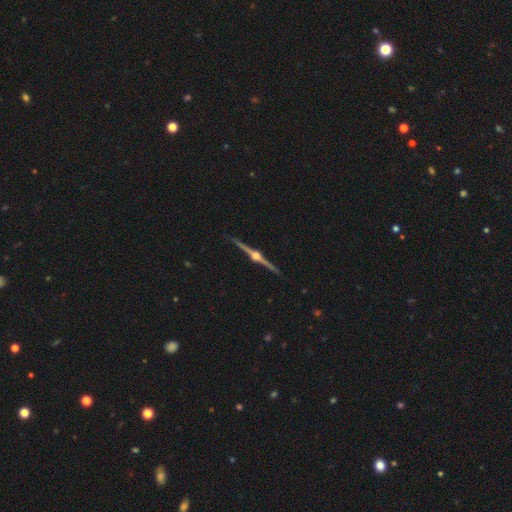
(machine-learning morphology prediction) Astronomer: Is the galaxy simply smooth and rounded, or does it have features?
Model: featured or disk — 91%.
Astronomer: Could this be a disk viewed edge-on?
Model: yes — 99%.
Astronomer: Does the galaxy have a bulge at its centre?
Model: rounded — 97%.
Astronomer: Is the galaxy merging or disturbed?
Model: none — 91%.